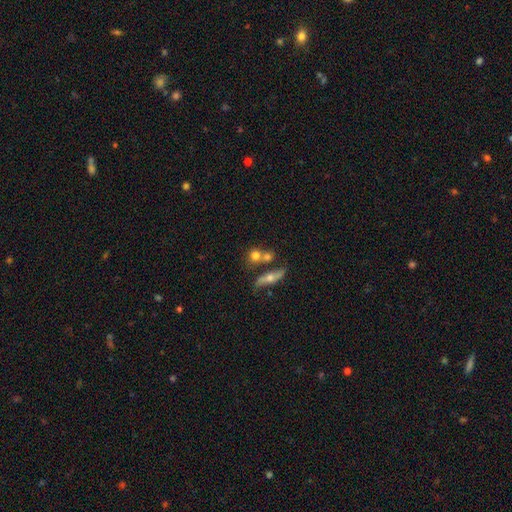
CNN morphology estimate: smooth 69%, featured or disk 21%, star or artifact 10%. Down the decision tree: how rounded — round (69%); merging — none (48%).